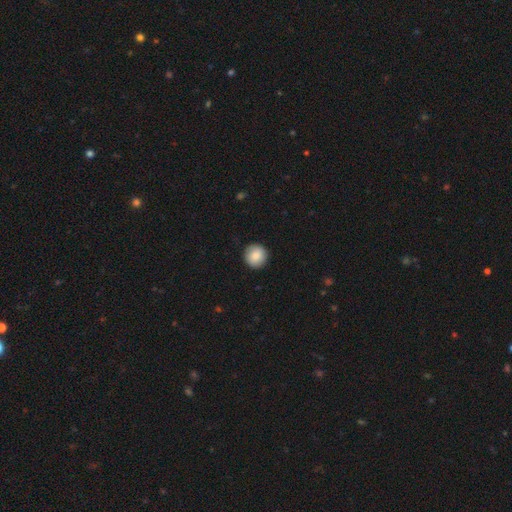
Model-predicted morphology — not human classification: smooth 85%, star or artifact 7%, featured or disk 7%. Down the decision tree: how rounded — round (94%); merging — none (91%).